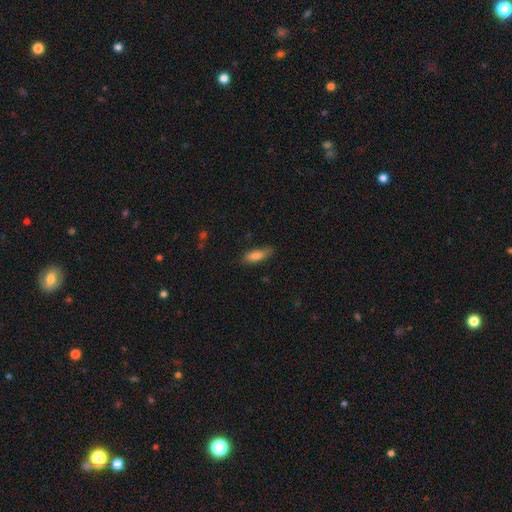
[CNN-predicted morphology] A smooth galaxy with no disk features (81%) that is in between round and cigar-shaped (59%).

Vote fractions:
- Smooth or featured? smooth: 81% / featured or disk: 12% / star or artifact: 7%
- How rounded? in between: 59% / cigar-shaped: 39% / round: 2%
- Merging? none: 74% / minor disturbance: 21% / major disturbance: 4% / merger: 1%